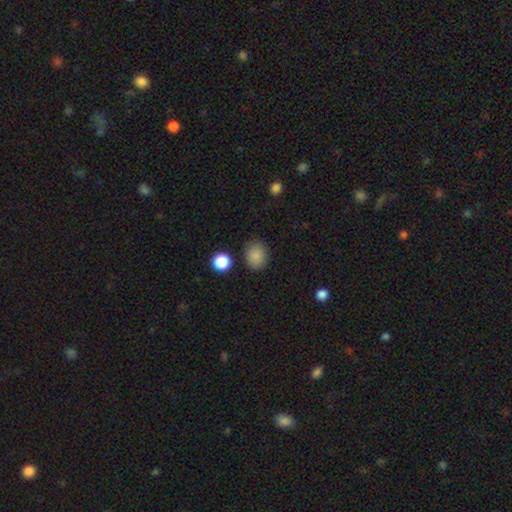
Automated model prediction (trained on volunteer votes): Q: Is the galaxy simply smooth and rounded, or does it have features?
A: smooth — 86%.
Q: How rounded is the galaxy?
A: round — 61%.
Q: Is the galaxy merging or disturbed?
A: none — 84%.